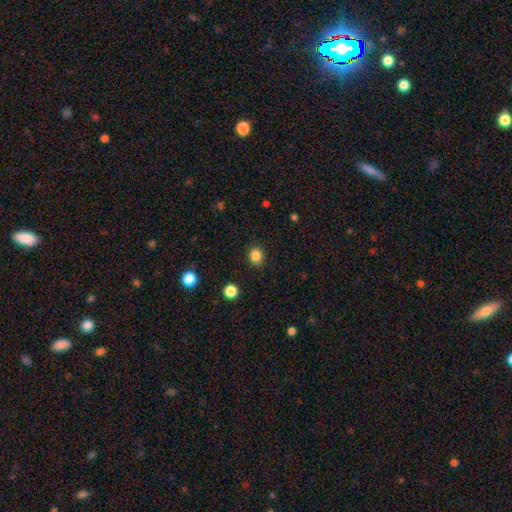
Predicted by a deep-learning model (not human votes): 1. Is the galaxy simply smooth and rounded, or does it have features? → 85% smooth, 12% star or artifact, 3% featured or disk.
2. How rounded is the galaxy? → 77% round, 22% in between, 1% cigar-shaped.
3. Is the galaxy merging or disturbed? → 89% none, 7% minor disturbance, 2% major disturbance, 1% merger.